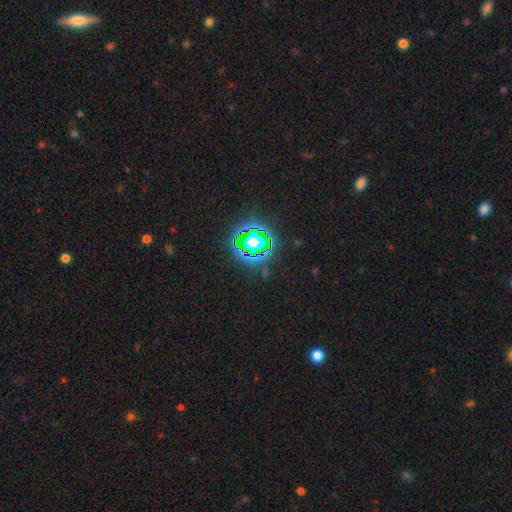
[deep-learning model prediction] Q: Smooth or featured?
A: star or artifact (75%); runner-up: smooth (16%)